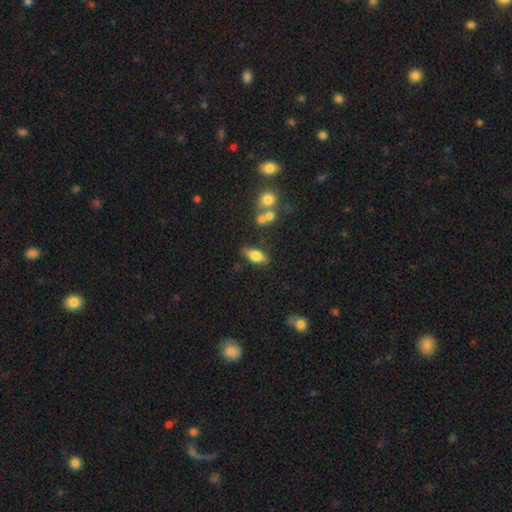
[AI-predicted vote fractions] A smooth galaxy with no disk features (76%) that is in between round and cigar-shaped (84%).

Vote fractions:
- Smooth or featured? smooth: 76% / featured or disk: 16% / star or artifact: 8%
- How rounded? in between: 84% / cigar-shaped: 12% / round: 4%
- Merging? none: 73% / minor disturbance: 16% / merger: 6% / major disturbance: 4%